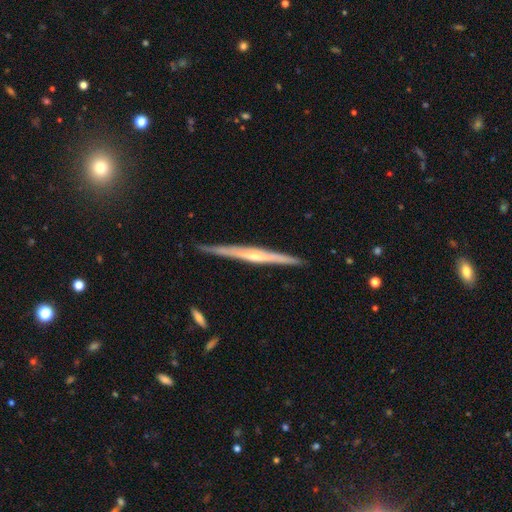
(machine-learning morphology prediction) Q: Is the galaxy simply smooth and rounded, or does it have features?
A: featured or disk — 74%.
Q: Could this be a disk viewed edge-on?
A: yes — 97%.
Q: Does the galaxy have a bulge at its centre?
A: rounded — 55%.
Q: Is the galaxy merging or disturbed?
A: none — 86%.